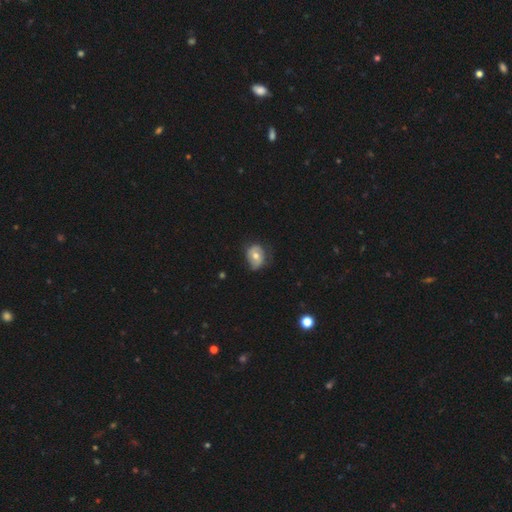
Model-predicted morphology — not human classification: type=smooth (52%); roundness=in between (53%); merging=none (56%).